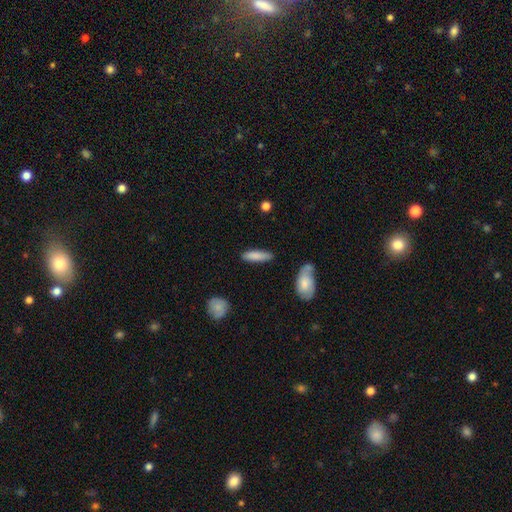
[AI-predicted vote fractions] Smooth or featured? smooth (82%)
How rounded? cigar-shaped (69%)
Merging? none (83%)